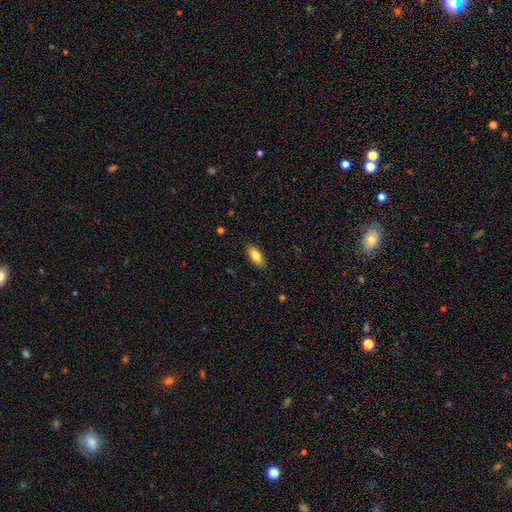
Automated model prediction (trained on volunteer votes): This is clearly a smooth galaxy (81%). How rounded: clearly in between (86%). Merging: clearly none (87%).